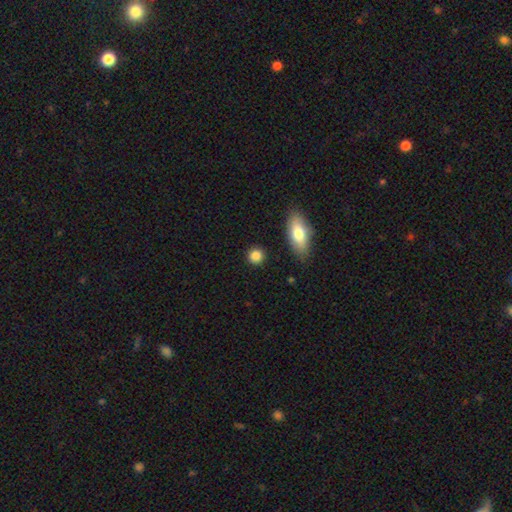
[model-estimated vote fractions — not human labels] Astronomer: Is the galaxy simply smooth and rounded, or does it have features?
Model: smooth — 85%.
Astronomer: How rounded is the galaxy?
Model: round — 87%.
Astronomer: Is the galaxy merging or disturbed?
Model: none — 89%.